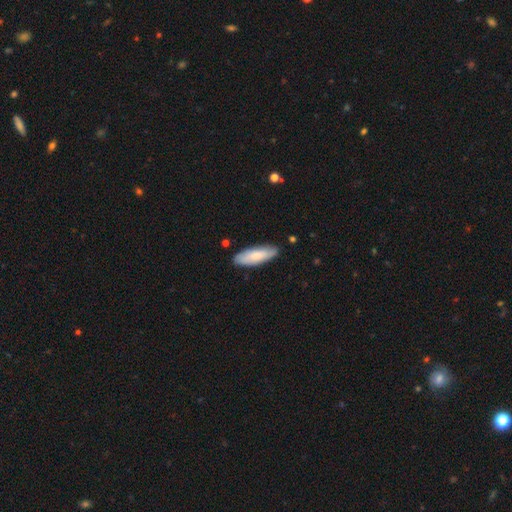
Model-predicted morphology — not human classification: Smooth or featured?
  - smooth: 72% *
  - featured or disk: 22%
  - star or artifact: 5%
How rounded?
  - in between: 59% *
  - cigar-shaped: 40%
  - round: 2%
Merging?
  - none: 83% *
  - minor disturbance: 13%
  - major disturbance: 2%
  - merger: 1%